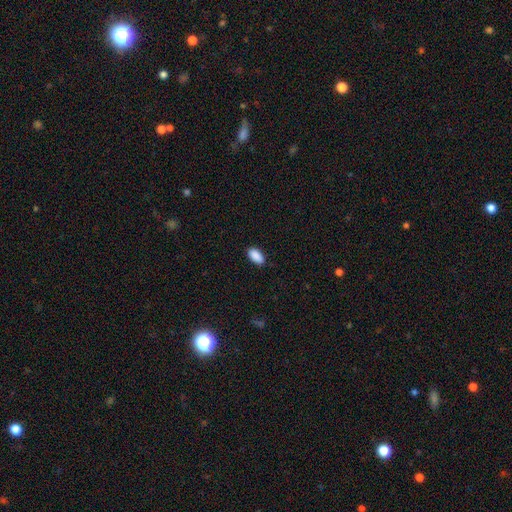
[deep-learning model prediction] smooth_or_featured: smooth (p=0.90) [alt: star or artifact p=0.07]
how_rounded: in between (p=0.94) [alt: cigar-shaped p=0.03]
merging: none (p=0.88) [alt: minor disturbance p=0.10]